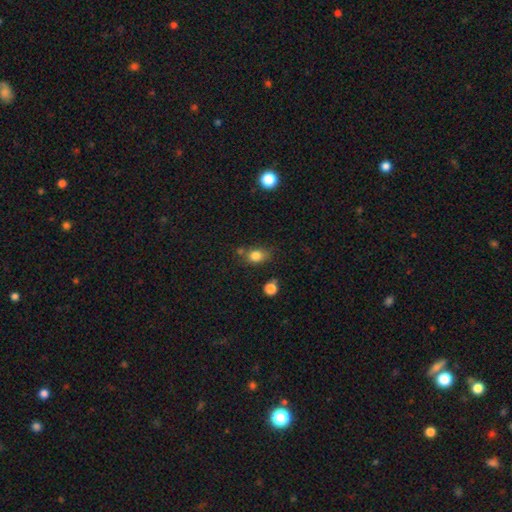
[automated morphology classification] type=smooth (82%); roundness=in between (63%); merging=none (63%).